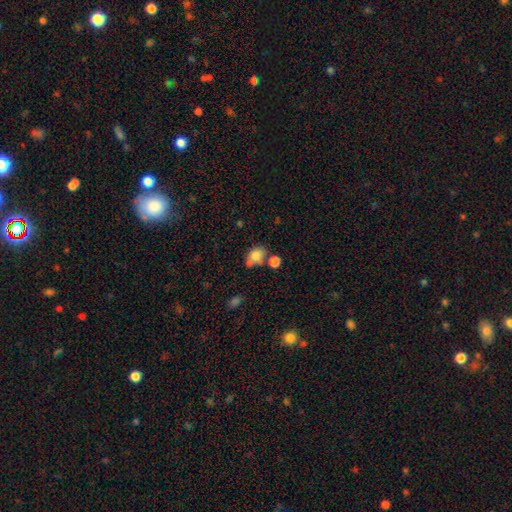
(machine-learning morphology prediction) Smooth or featured: smooth — 75% (featured or disk — 14%)
How rounded: in between — 54% (round — 45%)
Merging: none — 39% (merger — 35%)